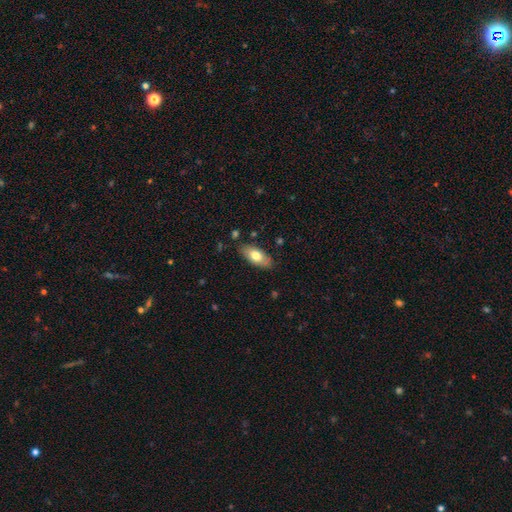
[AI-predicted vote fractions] A smooth galaxy with no disk features (73%) that is in between round and cigar-shaped (89%).

Vote fractions:
- Smooth or featured? smooth: 73% / featured or disk: 20% / star or artifact: 6%
- How rounded? in between: 89% / cigar-shaped: 9% / round: 3%
- Merging? none: 82% / minor disturbance: 13% / major disturbance: 3% / merger: 2%